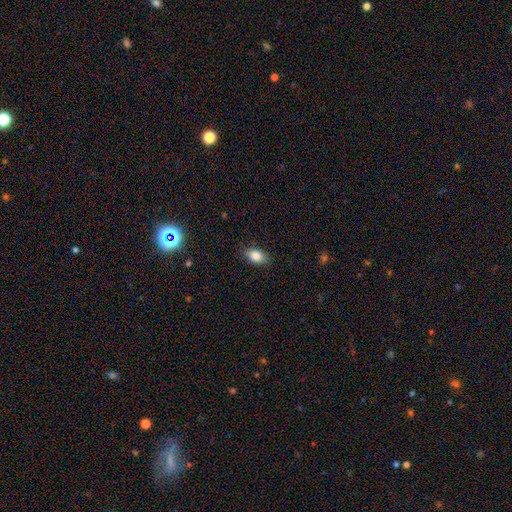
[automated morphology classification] Smooth or featured? smooth (86%)
How rounded? in between (86%)
Merging? none (85%)